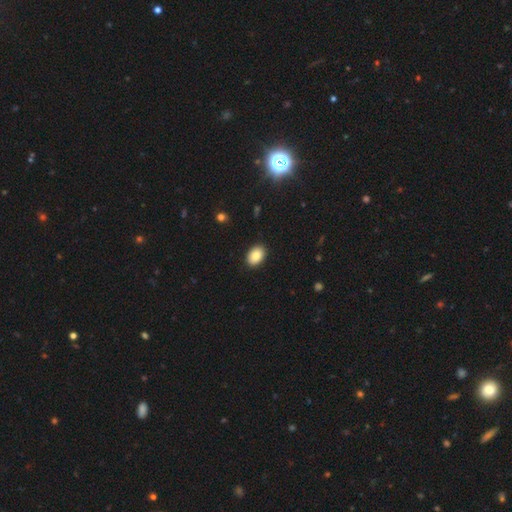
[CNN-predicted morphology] Overall: smooth (85%). How rounded: in between (84%). Merging: none (90%).